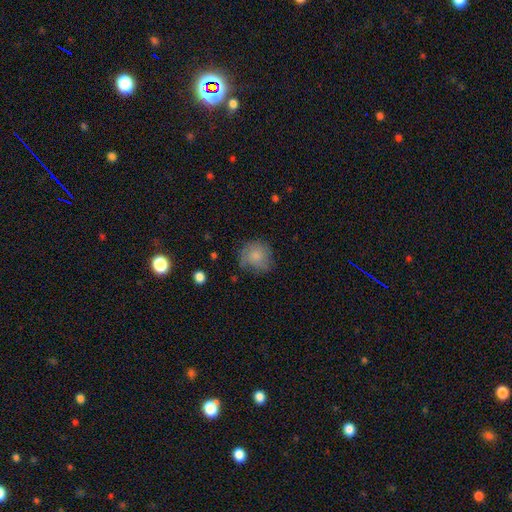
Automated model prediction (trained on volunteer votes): This appears to be a smooth galaxy with no disk features (72%) that is round (84%). Merging: none (58%).